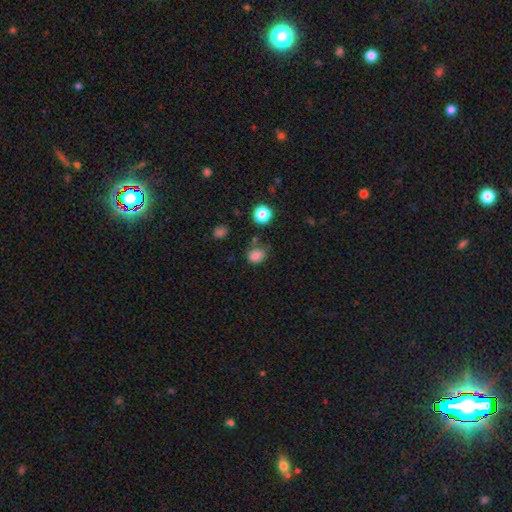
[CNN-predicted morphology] Smooth or featured?
  - smooth: 80% *
  - star or artifact: 13%
  - featured or disk: 7%
How rounded?
  - round: 56% *
  - in between: 43%
  - cigar-shaped: 1%
Merging?
  - none: 65% *
  - minor disturbance: 22%
  - merger: 7%
  - major disturbance: 6%